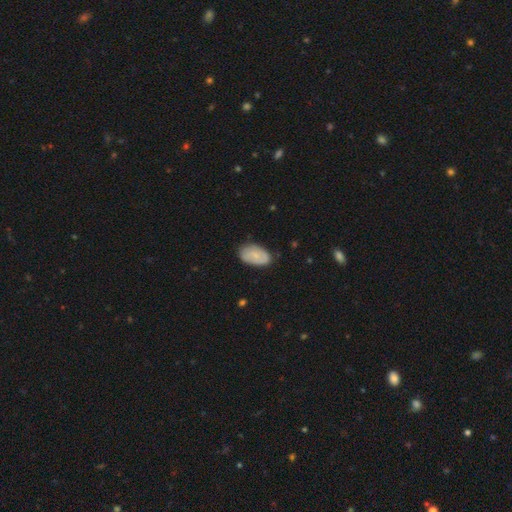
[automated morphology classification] Overall: smooth (70%). How rounded: in between (94%). Merging: none (76%).